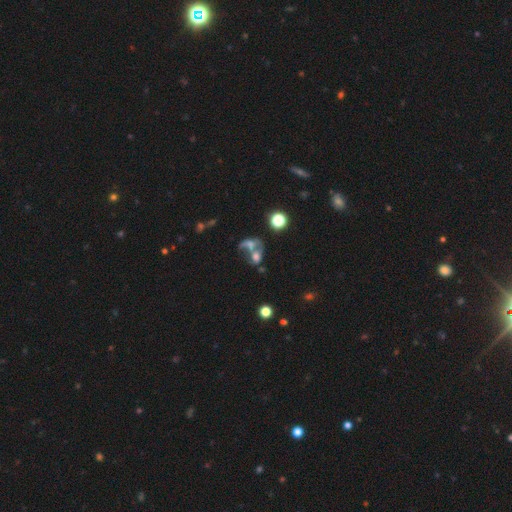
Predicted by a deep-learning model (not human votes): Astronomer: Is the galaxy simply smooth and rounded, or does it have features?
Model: smooth — 47% (runner-up: featured or disk, 34%).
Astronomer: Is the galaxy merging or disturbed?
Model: merger — 65%.